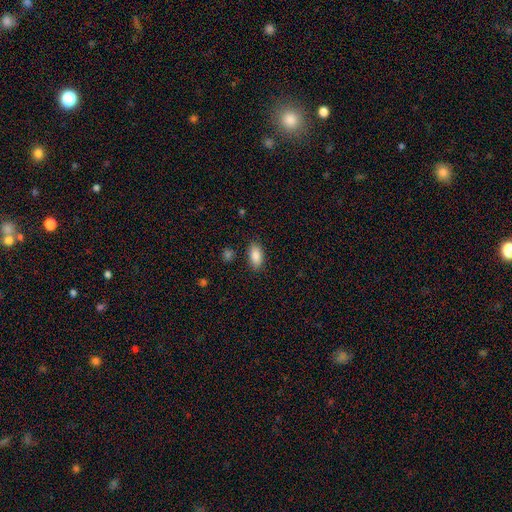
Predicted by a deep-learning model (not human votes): A smooth galaxy with no disk features (88%) that is in between round and cigar-shaped (92%). Merging: none (86%).